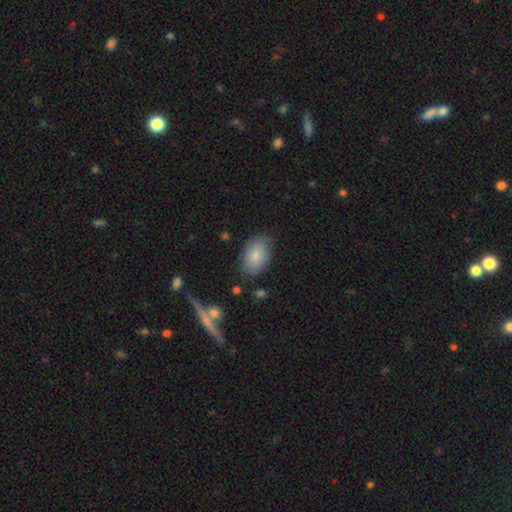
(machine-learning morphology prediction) Smooth or featured: smooth — 84% (featured or disk — 10%)
How rounded: in between — 92% (round — 7%)
Merging: none — 80% (minor disturbance — 15%)